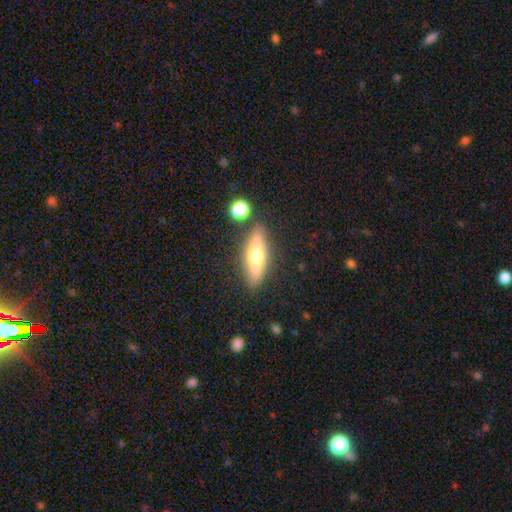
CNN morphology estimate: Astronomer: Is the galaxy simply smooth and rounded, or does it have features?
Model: featured or disk — 49% (runner-up: smooth, 44%).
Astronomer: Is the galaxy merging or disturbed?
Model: none — 84%.